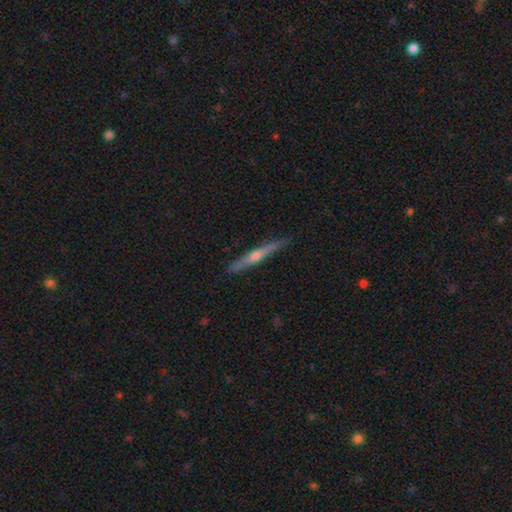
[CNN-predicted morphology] featured or disk 72%, smooth 22%, star or artifact 6%. Down the decision tree: edge-on disk — yes (97%); edge-on bulge — rounded (84%); merging — none (89%).